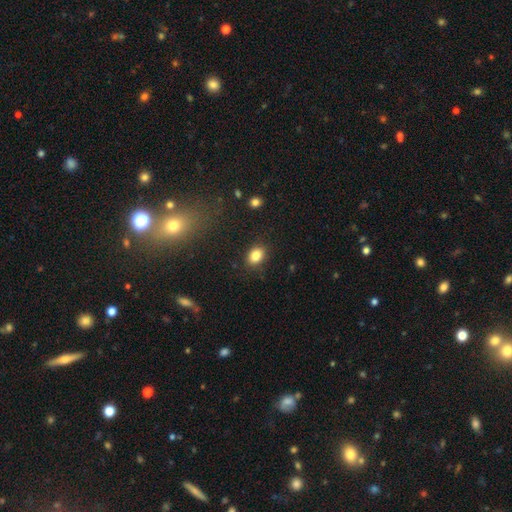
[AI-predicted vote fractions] A smooth galaxy with no disk features (84%) that is in between round and cigar-shaped (68%). Merging: none (86%).